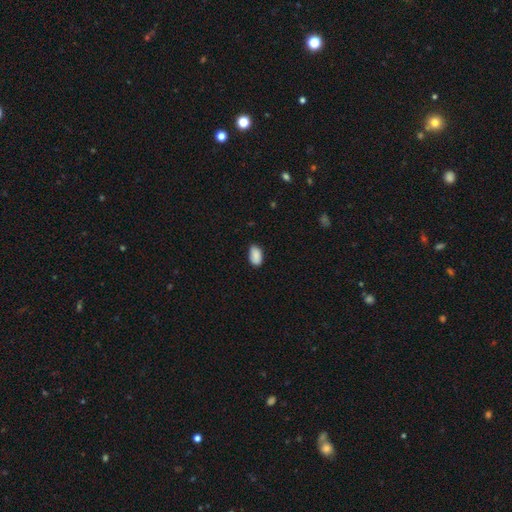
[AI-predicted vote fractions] smooth_or_featured: smooth (p=0.88) [alt: star or artifact p=0.07]
how_rounded: in between (p=0.92) [alt: round p=0.06]
merging: none (p=0.73) [alt: minor disturbance p=0.23]